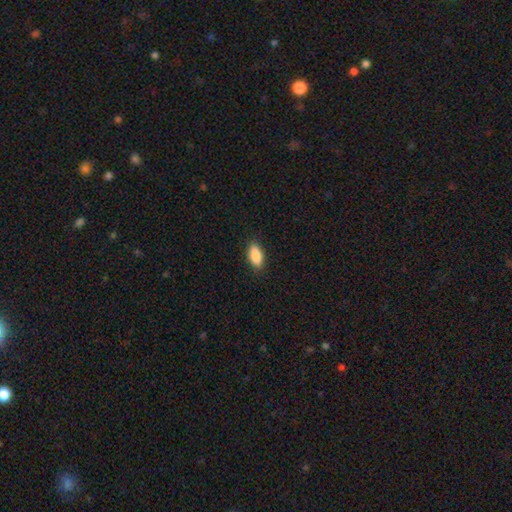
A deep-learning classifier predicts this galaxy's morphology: smooth 88%, star or artifact 7%, featured or disk 5%. Down the decision tree: how rounded — in between (90%); merging — none (88%).